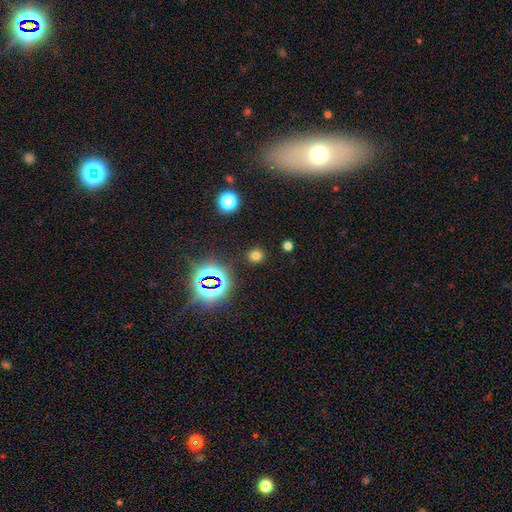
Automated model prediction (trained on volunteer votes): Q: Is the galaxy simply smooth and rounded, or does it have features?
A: smooth — 68%.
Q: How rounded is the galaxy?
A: round — 89%.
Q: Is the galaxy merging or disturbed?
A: none — 88%.